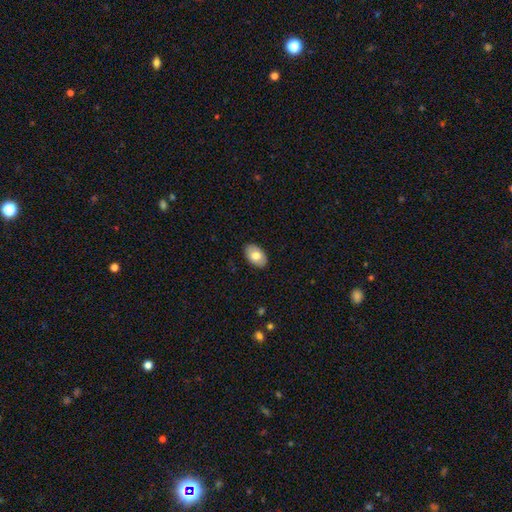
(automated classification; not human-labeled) A smooth galaxy with no disk features (75%) that is in between round and cigar-shaped (90%). Merging: none (88%).